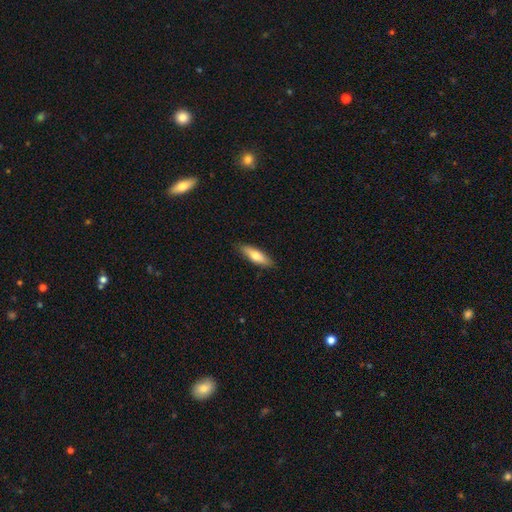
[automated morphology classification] Smooth or featured? Predicted: smooth (p=0.71). How rounded? Predicted: cigar-shaped (p=0.50). Merging? Predicted: none (p=0.88).